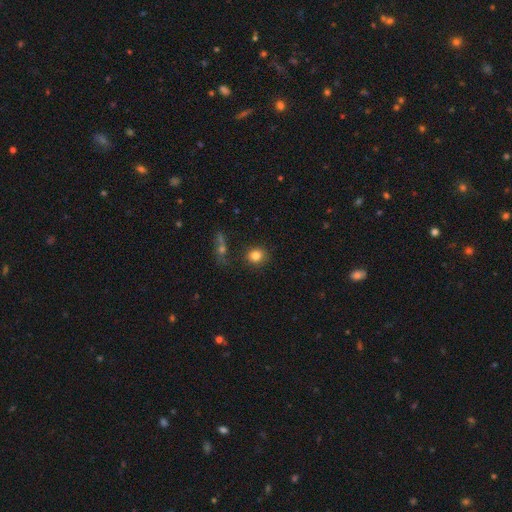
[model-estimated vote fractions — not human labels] A smooth galaxy with no disk features (82%) that is round (83%).

Vote fractions:
- Smooth or featured? smooth: 82% / star or artifact: 11% / featured or disk: 7%
- How rounded? round: 83% / in between: 16% / cigar-shaped: 1%
- Merging? none: 82% / minor disturbance: 10% / merger: 5% / major disturbance: 3%